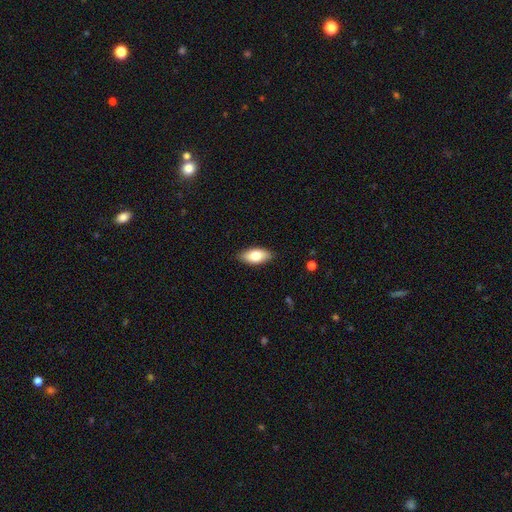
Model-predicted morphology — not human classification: smooth_or_featured: smooth (p=0.78) [alt: featured or disk p=0.16]
how_rounded: in between (p=0.89) [alt: cigar-shaped p=0.08]
merging: none (p=0.87) [alt: minor disturbance p=0.11]